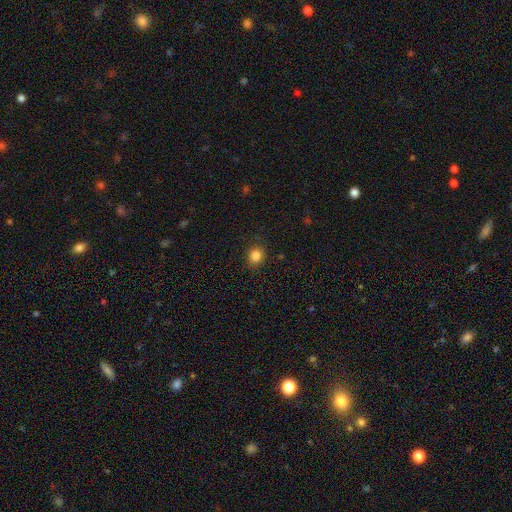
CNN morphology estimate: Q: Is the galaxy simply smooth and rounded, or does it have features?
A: smooth — 84%.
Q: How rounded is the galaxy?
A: round — 75%.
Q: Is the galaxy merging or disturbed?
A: none — 89%.